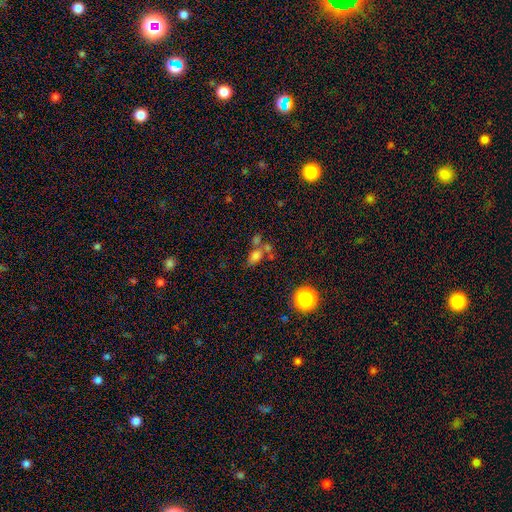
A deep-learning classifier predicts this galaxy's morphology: Smooth or featured: smooth — 70% (star or artifact — 17%)
How rounded: in between — 77% (round — 17%)
Merging: none — 41% (merger — 38%)